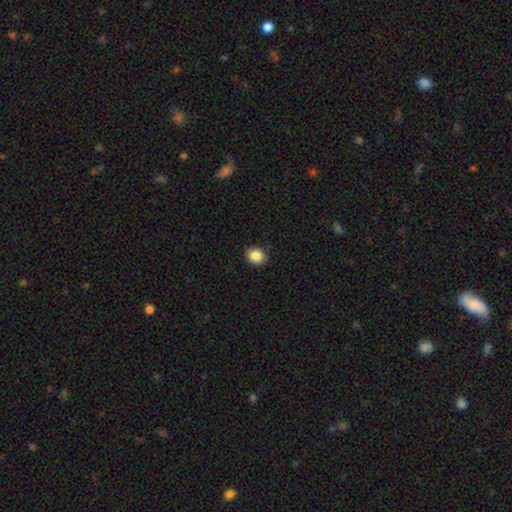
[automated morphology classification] Q: Smooth or featured?
A: smooth (86%); runner-up: star or artifact (9%)
Q: How rounded?
A: round (63%); runner-up: in between (36%)
Q: Merging?
A: none (90%); runner-up: minor disturbance (7%)